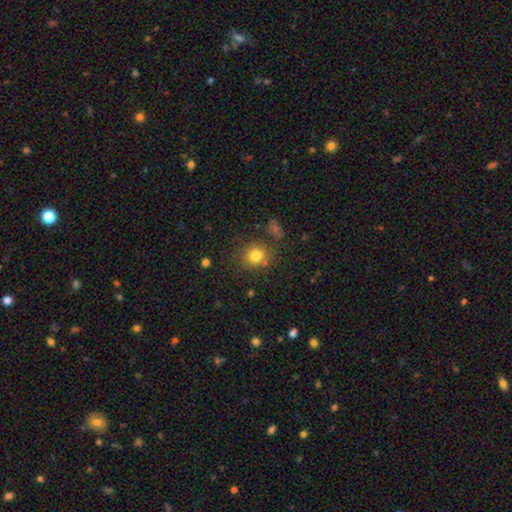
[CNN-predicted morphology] type=smooth (79%); roundness=round (82%); merging=none (80%).